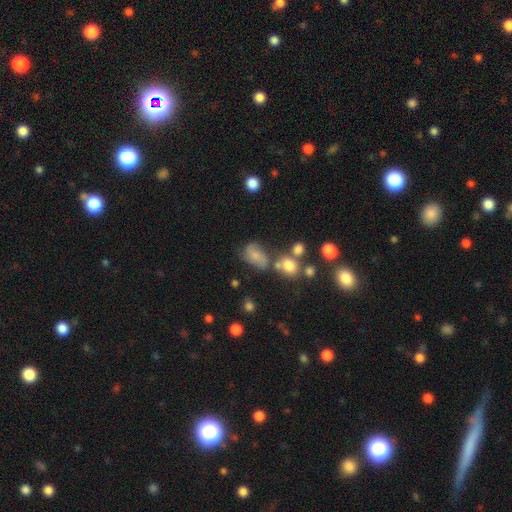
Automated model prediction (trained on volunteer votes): Q: Smooth or featured?
A: smooth (62%); runner-up: featured or disk (24%)
Q: How rounded?
A: in between (78%); runner-up: round (20%)
Q: Merging?
A: none (44%); runner-up: minor disturbance (23%)